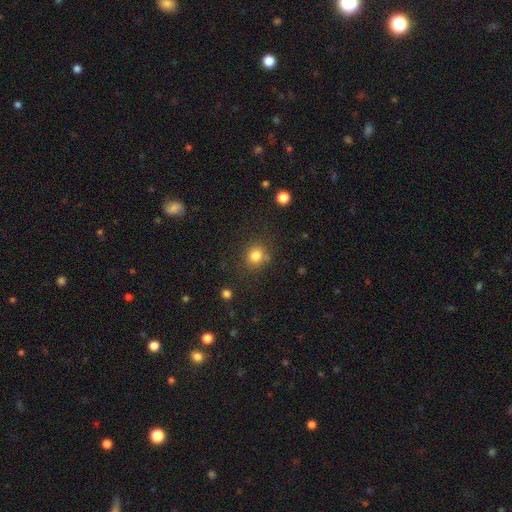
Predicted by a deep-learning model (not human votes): Smooth or featured?
  - smooth: 82% *
  - star or artifact: 13%
  - featured or disk: 6%
How rounded?
  - round: 84% *
  - in between: 15%
  - cigar-shaped: 1%
Merging?
  - none: 79% *
  - minor disturbance: 12%
  - merger: 5%
  - major disturbance: 4%